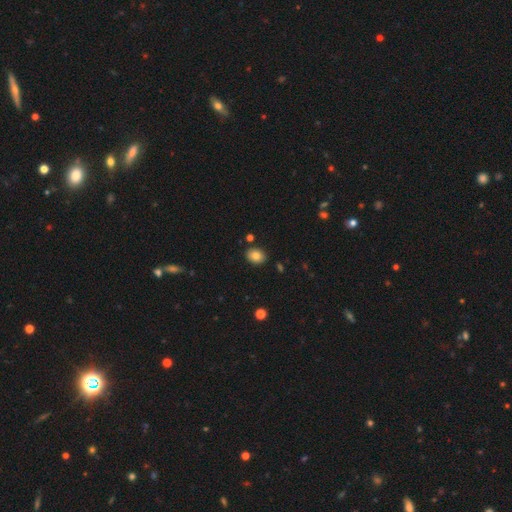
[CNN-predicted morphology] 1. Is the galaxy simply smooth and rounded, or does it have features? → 82% smooth, 10% star or artifact, 8% featured or disk.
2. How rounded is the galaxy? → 60% in between, 39% round, 1% cigar-shaped.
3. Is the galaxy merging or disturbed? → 87% none, 8% minor disturbance, 3% merger, 2% major disturbance.